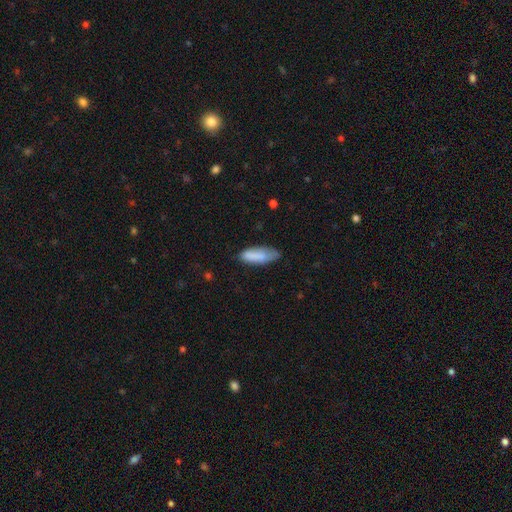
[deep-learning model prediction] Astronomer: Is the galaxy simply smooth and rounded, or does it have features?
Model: smooth — 82%.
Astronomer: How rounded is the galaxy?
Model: in between — 66%.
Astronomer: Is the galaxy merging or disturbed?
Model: none — 56% (runner-up: minor disturbance, 33%).